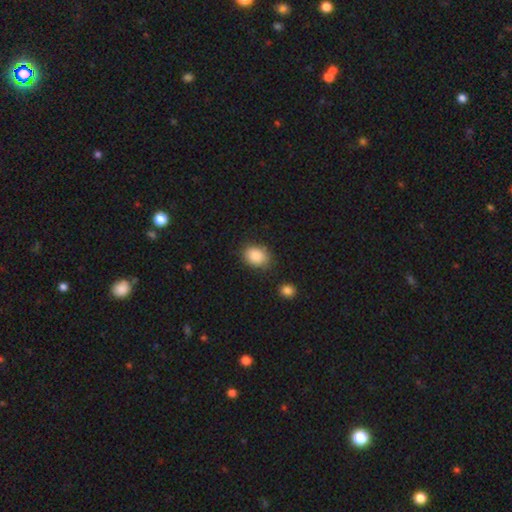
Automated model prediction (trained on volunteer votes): Smooth or featured?
  - smooth: 87% *
  - star or artifact: 8%
  - featured or disk: 5%
How rounded?
  - in between: 59% *
  - round: 40%
  - cigar-shaped: 1%
Merging?
  - none: 79% *
  - minor disturbance: 14%
  - major disturbance: 4%
  - merger: 3%